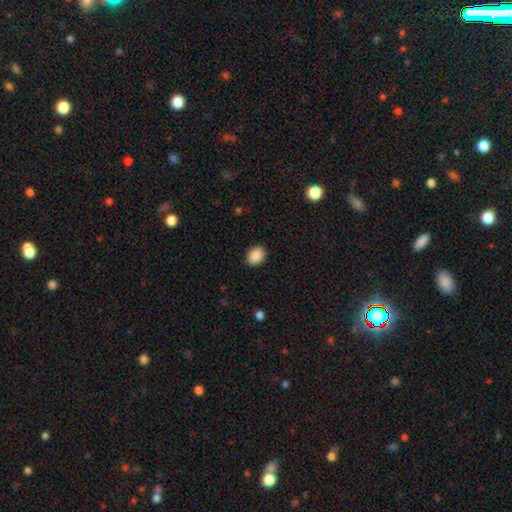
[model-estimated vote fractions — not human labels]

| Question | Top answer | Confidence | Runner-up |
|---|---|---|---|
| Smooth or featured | smooth | 89% | star or artifact (8%) |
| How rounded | in between | 59% | round (40%) |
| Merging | none | 90% | minor disturbance (7%) |